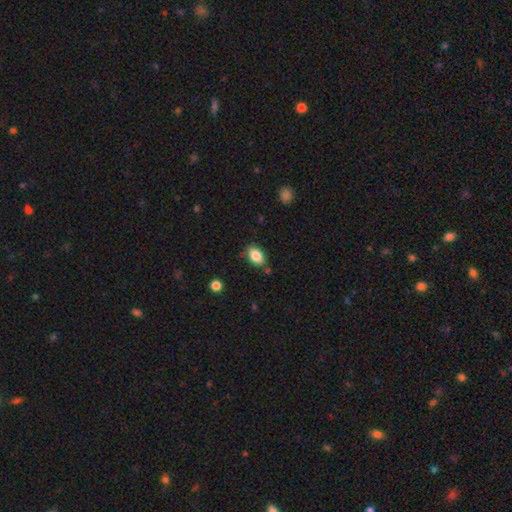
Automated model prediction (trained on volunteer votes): A smooth galaxy with no disk features (85%) that is in between round and cigar-shaped (88%). Merging: none (78%).